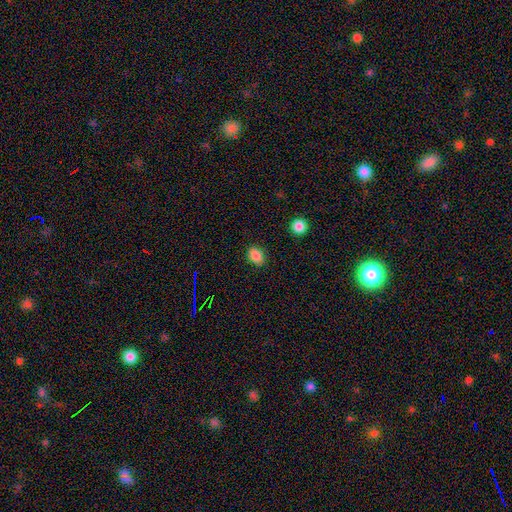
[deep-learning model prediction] Smooth or featured?
  - smooth: 86% *
  - star or artifact: 10%
  - featured or disk: 4%
How rounded?
  - in between: 70% *
  - round: 29%
  - cigar-shaped: 1%
Merging?
  - none: 88% *
  - minor disturbance: 8%
  - major disturbance: 2%
  - merger: 1%